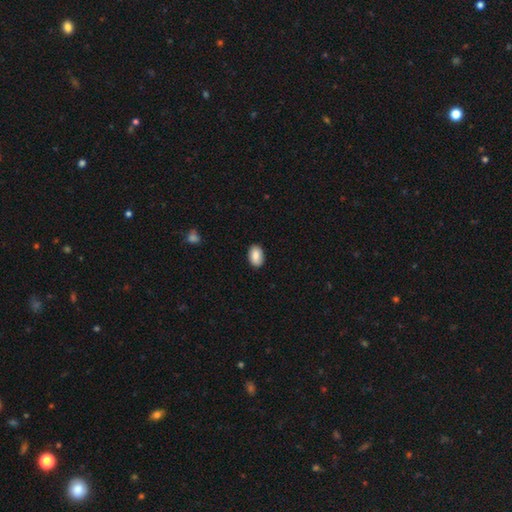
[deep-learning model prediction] smooth_or_featured: smooth (p=0.86) [alt: featured or disk p=0.07]
how_rounded: in between (p=0.90) [alt: round p=0.09]
merging: none (p=0.89) [alt: minor disturbance p=0.09]